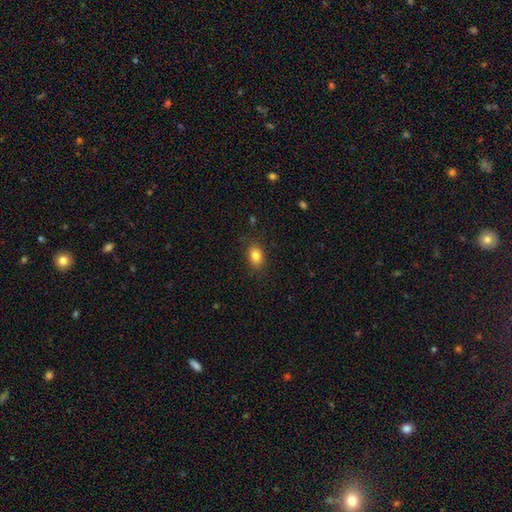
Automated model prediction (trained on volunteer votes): smooth-or-featured: smooth: 84% | star or artifact: 9% | featured or disk: 6%
  how-rounded: in between: 77% | round: 22% | cigar-shaped: 1%
  merging: none: 85% | minor disturbance: 11% | major disturbance: 3% | merger: 1%